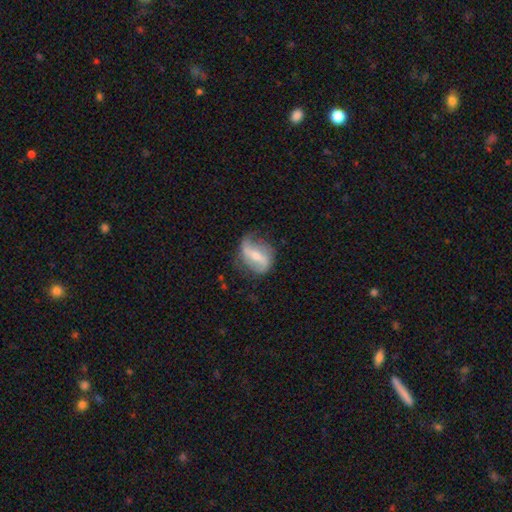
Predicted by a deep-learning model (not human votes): Q: Smooth or featured?
A: featured or disk (74%); runner-up: smooth (20%)
Q: Edge-on disk?
A: no (92%); runner-up: yes (8%)
Q: Bar?
A: strong (58%); runner-up: weak (29%)
Q: Spiral arms?
A: yes (79%); runner-up: no (21%)
Q: Spiral winding?
A: loose (67%); runner-up: medium (23%)
Q: Spiral arm count?
A: 2 (81%); runner-up: 1 (8%)
Q: Bulge size?
A: small (52%); runner-up: moderate (42%)
Q: Merging?
A: none (61%); runner-up: minor disturbance (25%)